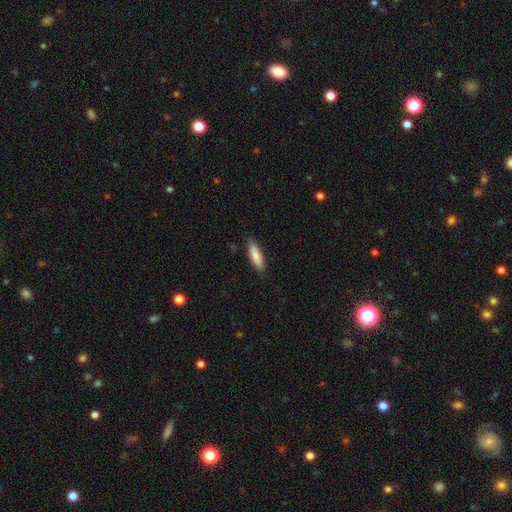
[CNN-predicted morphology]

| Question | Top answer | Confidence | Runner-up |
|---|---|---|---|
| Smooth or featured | smooth | 84% | featured or disk (10%) |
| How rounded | cigar-shaped | 57% | in between (42%) |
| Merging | none | 87% | minor disturbance (10%) |